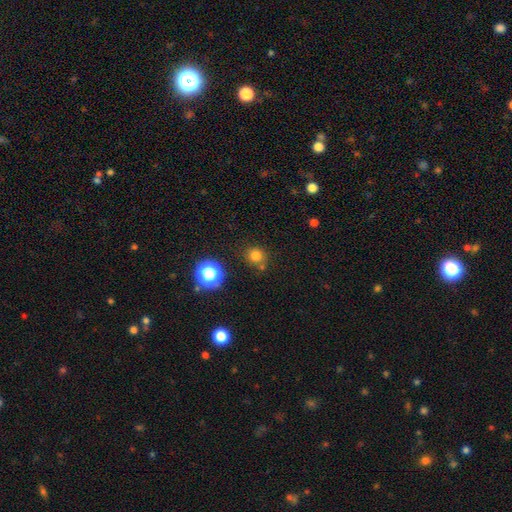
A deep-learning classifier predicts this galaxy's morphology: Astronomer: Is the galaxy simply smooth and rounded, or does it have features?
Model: smooth — 76%.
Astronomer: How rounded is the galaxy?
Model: round — 88%.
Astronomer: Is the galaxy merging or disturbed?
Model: none — 77%.